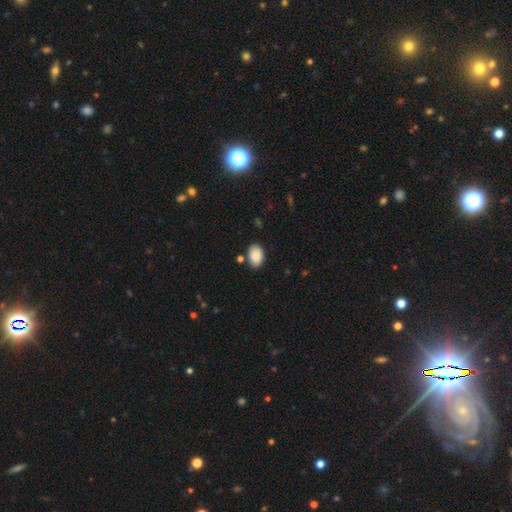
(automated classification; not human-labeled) A smooth galaxy with no disk features (89%) that is in between round and cigar-shaped (86%).

Vote fractions:
- Smooth or featured? smooth: 89% / star or artifact: 7% / featured or disk: 4%
- How rounded? in between: 86% / round: 13% / cigar-shaped: 1%
- Merging? none: 80% / minor disturbance: 12% / merger: 4% / major disturbance: 3%